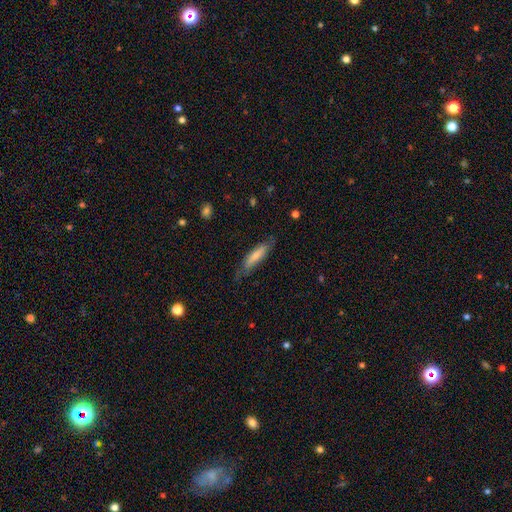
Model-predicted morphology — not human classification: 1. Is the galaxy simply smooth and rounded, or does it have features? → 67% smooth, 28% featured or disk, 6% star or artifact.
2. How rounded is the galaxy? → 76% cigar-shaped, 23% in between, 2% round.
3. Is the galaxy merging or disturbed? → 68% none, 24% minor disturbance, 7% major disturbance, 2% merger.